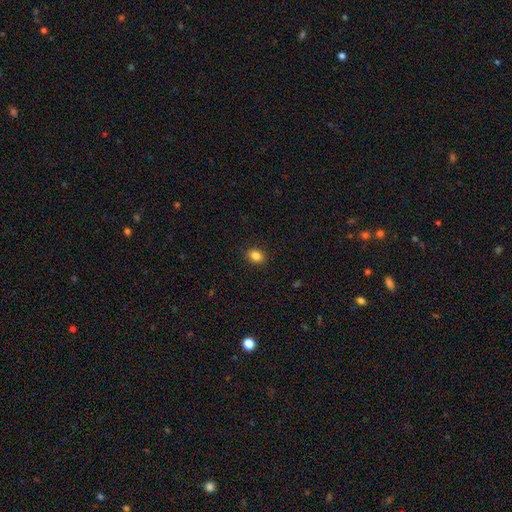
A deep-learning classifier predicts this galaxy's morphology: Smooth or featured? smooth (85%)
How rounded? in between (54%)
Merging? none (90%)